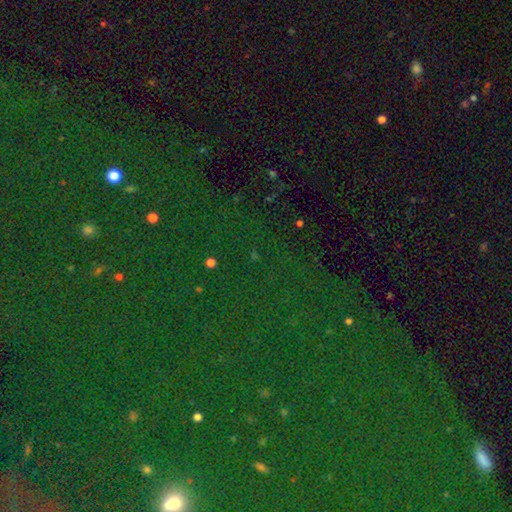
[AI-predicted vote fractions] The model was most divided on "smooth or featured": star or artifact: 84%, smooth: 9%, featured or disk: 7%.